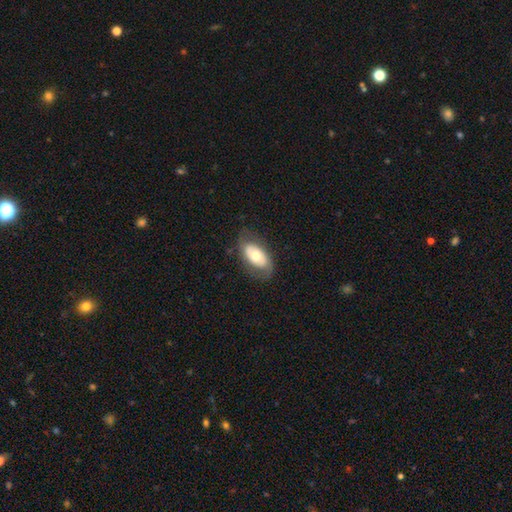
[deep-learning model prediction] A smooth galaxy with no disk features (52%) that is in between round and cigar-shaped (92%).

Vote fractions:
- Smooth or featured? smooth: 52% / featured or disk: 43% / star or artifact: 6%
- How rounded? in between: 92% / round: 5% / cigar-shaped: 3%
- Merging? none: 72% / minor disturbance: 19% / major disturbance: 8% / merger: 1%